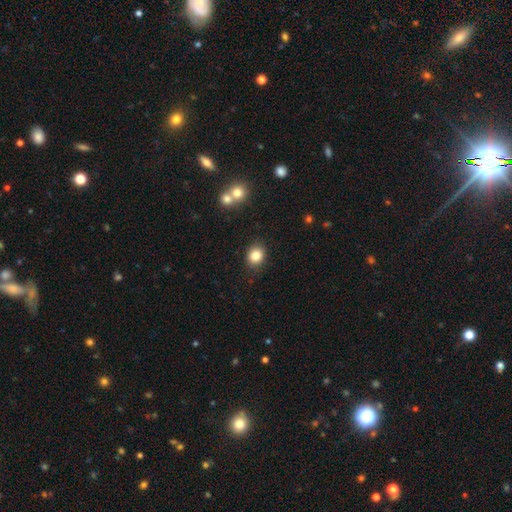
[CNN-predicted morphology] The model was most divided on "how rounded": round: 61%, in between: 38%, cigar-shaped: 1%. More confident: merging — none (86%); smooth or featured — smooth (83%).